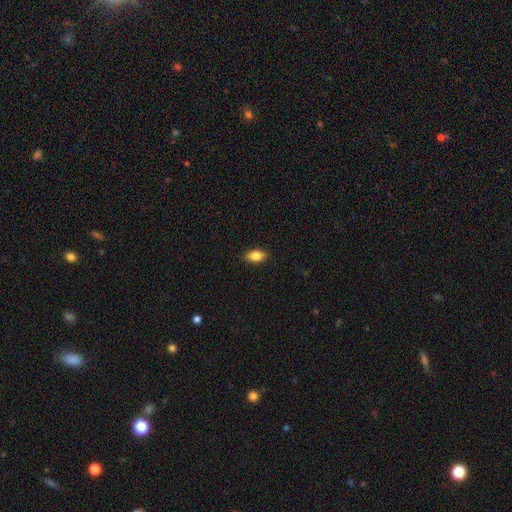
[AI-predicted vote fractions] This is clearly a smooth galaxy (84%). How rounded: clearly in between (89%). Merging: clearly none (88%).